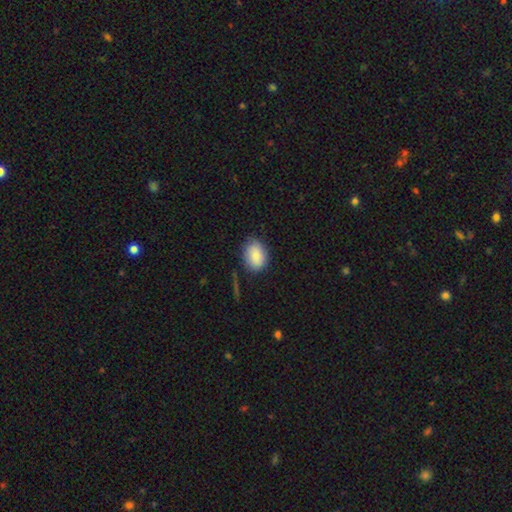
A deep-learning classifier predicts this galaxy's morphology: Smooth or featured? smooth (85%)
How rounded? in between (74%)
Merging? none (79%)